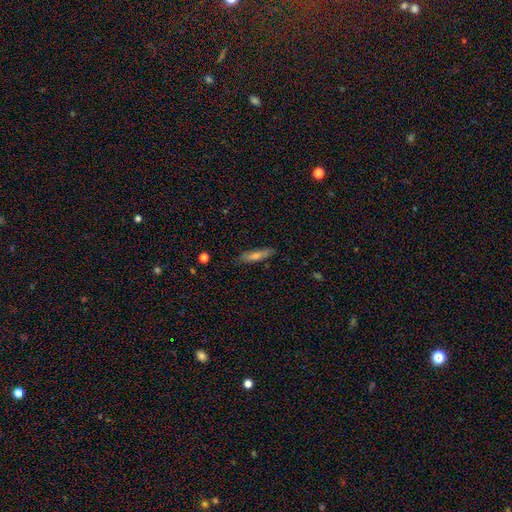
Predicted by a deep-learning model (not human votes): A smooth galaxy with no disk features (54%) that is cigar-shaped (84%). Merging: none (84%).